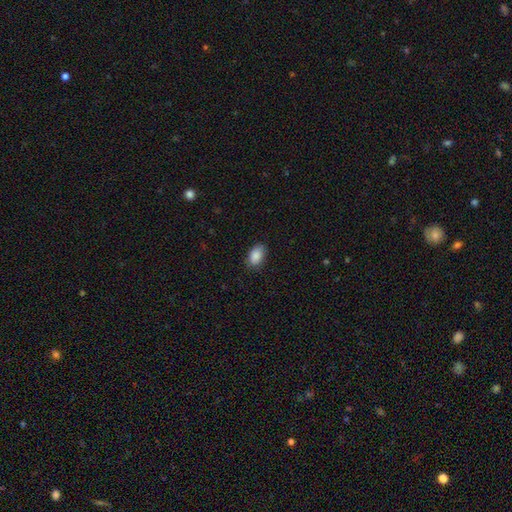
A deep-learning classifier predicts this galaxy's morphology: This is clearly a smooth galaxy (89%). How rounded: clearly in between (89%). Merging: clearly none (82%).